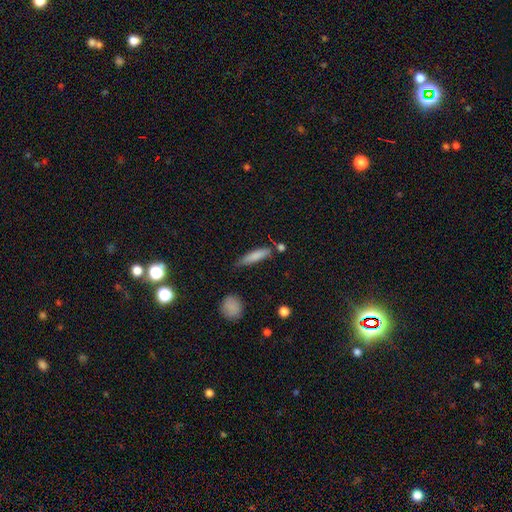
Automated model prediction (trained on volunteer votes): smooth 79%, featured or disk 14%, star or artifact 7%. Down the decision tree: how rounded — cigar-shaped (80%); merging — none (67%).